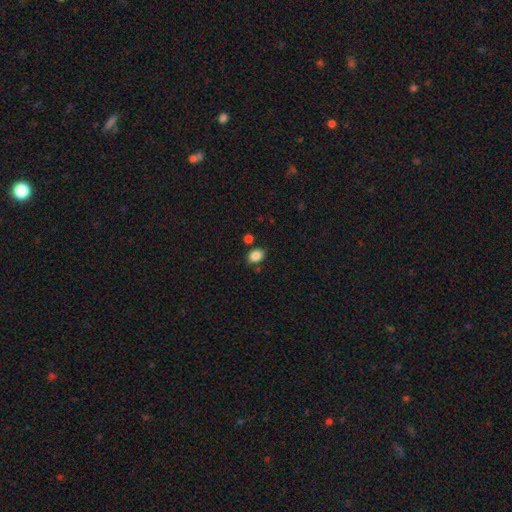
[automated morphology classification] A smooth galaxy with no disk features (87%) that is in between round and cigar-shaped (76%).

Vote fractions:
- Smooth or featured? smooth: 87% / star or artifact: 9% / featured or disk: 4%
- How rounded? in between: 76% / round: 23% / cigar-shaped: 1%
- Merging? none: 80% / minor disturbance: 11% / merger: 6% / major disturbance: 3%